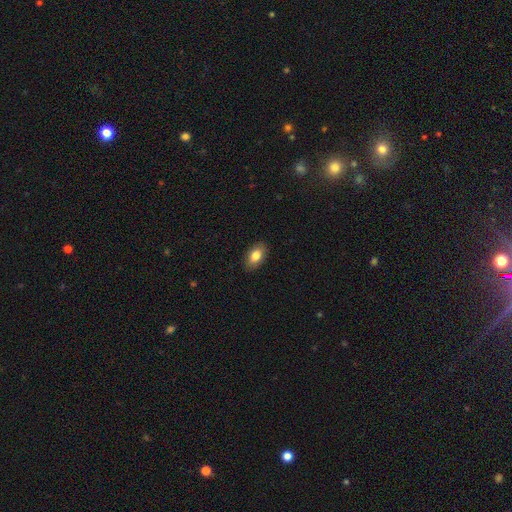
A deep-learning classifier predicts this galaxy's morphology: Smooth or featured?
  - smooth: 82% *
  - featured or disk: 11%
  - star or artifact: 7%
How rounded?
  - in between: 91% *
  - round: 7%
  - cigar-shaped: 2%
Merging?
  - none: 89% *
  - minor disturbance: 9%
  - major disturbance: 2%
  - merger: 1%